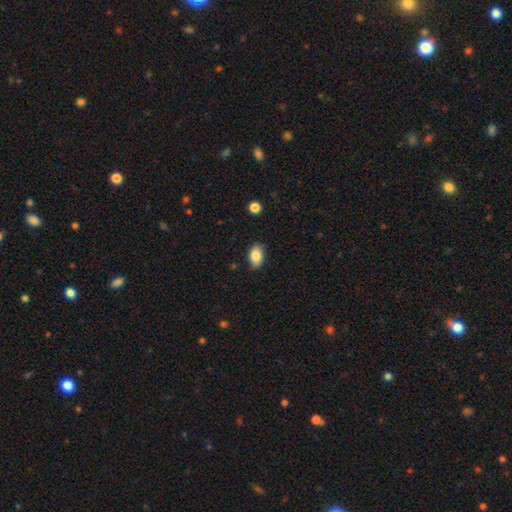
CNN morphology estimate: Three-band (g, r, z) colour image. It shows a smooth galaxy with no disk features (84%) that is in between round and cigar-shaped (85%). Merging: none (80%).